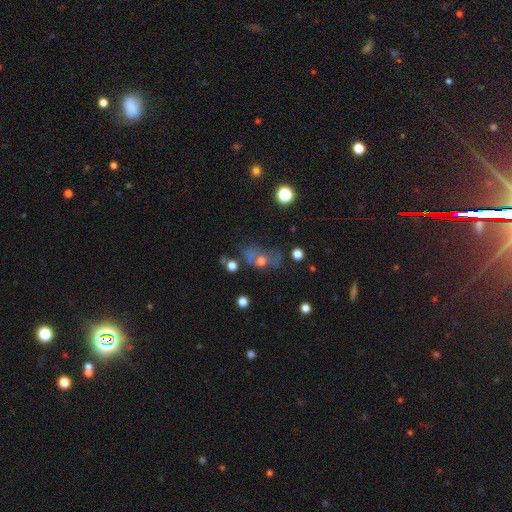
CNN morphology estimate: This is marginally a smooth galaxy (38%). Merging: possibly none (53%).